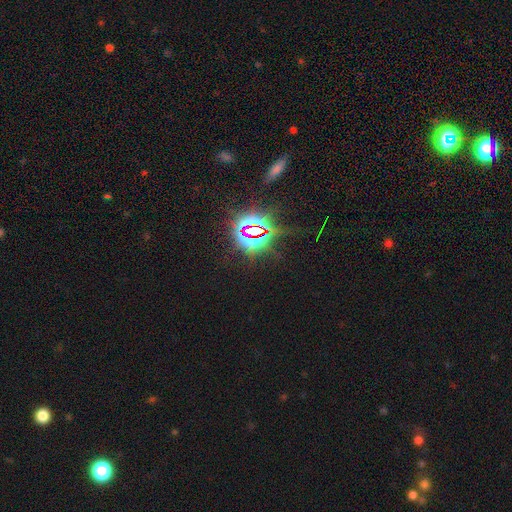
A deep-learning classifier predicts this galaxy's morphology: A star or artifact, not a galaxy (81%).